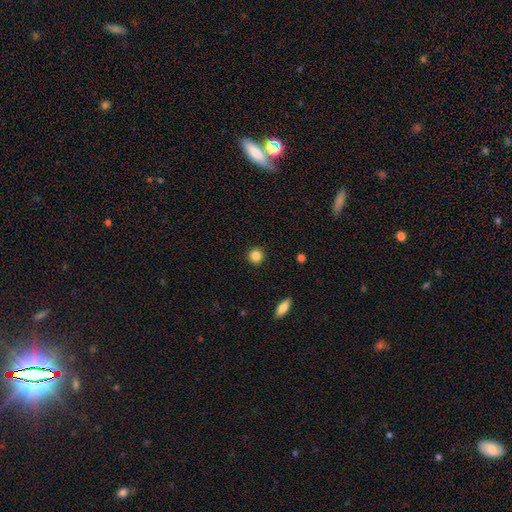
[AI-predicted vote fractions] This appears to be a smooth galaxy with no disk features (86%) that is round (94%). Merging: none (92%).